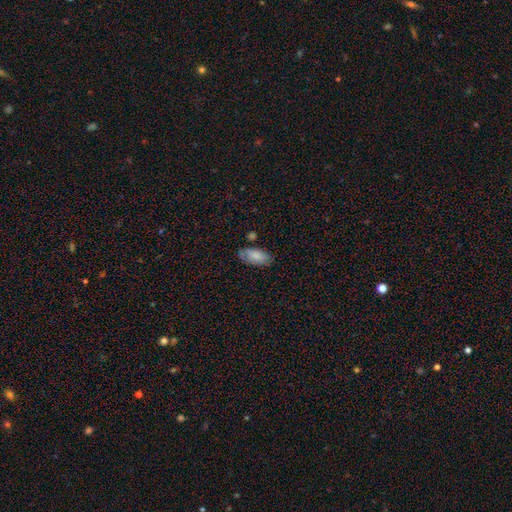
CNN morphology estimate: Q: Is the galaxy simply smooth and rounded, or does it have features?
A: smooth — 79%.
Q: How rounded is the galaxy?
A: in between — 92%.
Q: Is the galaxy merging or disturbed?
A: none — 72%.